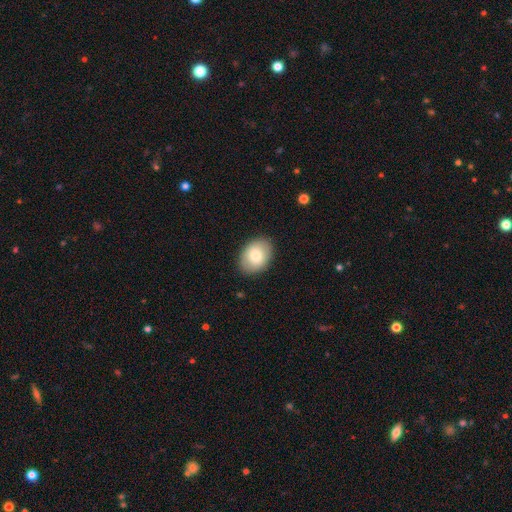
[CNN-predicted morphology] This is likely a smooth galaxy (79%). How rounded: likely in between (75%). Merging: clearly none (87%).